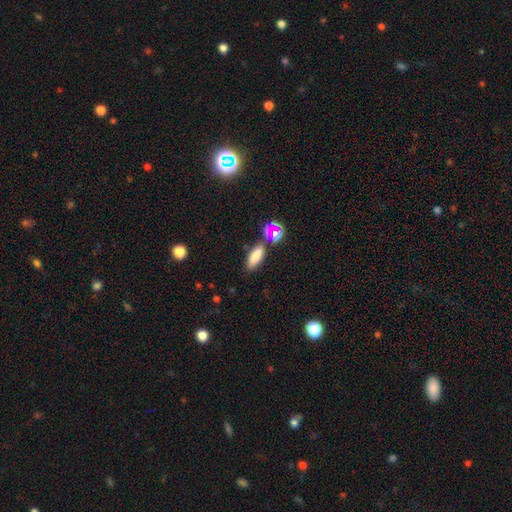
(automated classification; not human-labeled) A smooth galaxy with no disk features (77%) that is in between round and cigar-shaped (71%). Merging: none (71%).